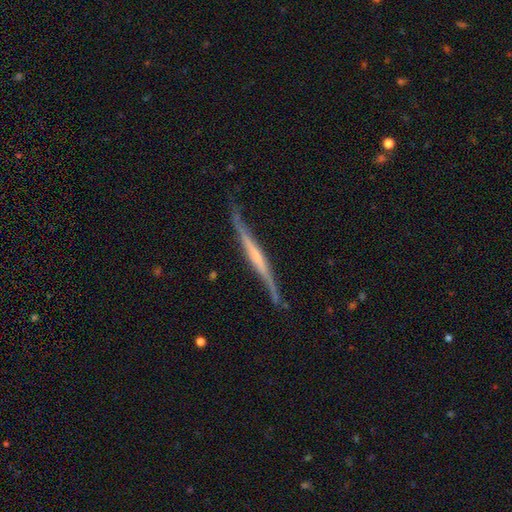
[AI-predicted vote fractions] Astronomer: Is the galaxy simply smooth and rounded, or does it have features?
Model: featured or disk — 74%.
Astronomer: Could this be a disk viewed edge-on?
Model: yes — 95%.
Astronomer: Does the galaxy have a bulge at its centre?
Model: none — 50% (runner-up: rounded, 33%).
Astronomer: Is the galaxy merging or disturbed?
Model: none — 70%.